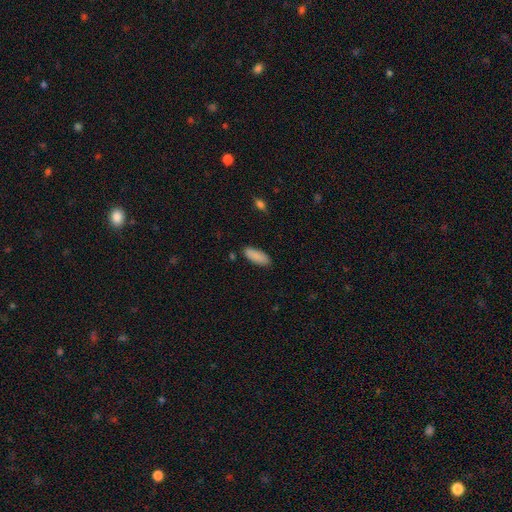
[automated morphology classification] A smooth galaxy with no disk features (89%) that is in between round and cigar-shaped (77%).

Vote fractions:
- Smooth or featured? smooth: 89% / star or artifact: 7% / featured or disk: 5%
- How rounded? in between: 77% / cigar-shaped: 21% / round: 2%
- Merging? none: 85% / minor disturbance: 11% / major disturbance: 2% / merger: 2%